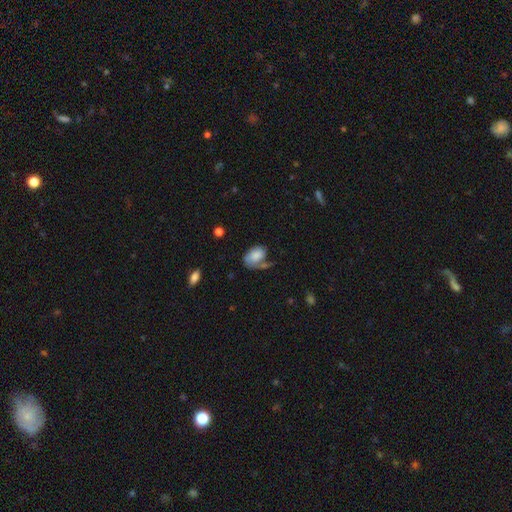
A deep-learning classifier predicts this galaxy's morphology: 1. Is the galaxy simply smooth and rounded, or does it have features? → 72% smooth, 21% featured or disk, 8% star or artifact.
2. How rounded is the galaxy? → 87% in between, 11% round, 1% cigar-shaped.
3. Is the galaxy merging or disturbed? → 39% none, 24% minor disturbance, 22% major disturbance, 15% merger.